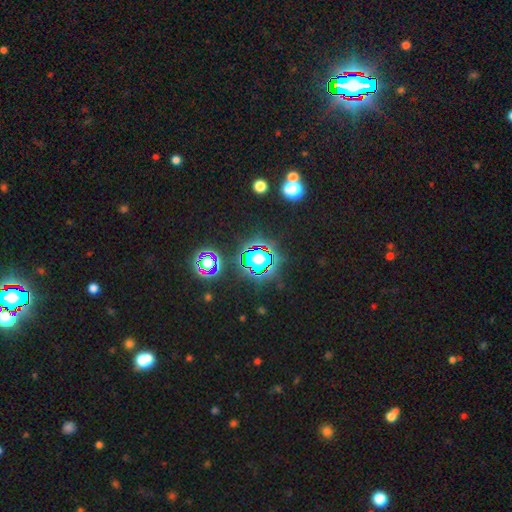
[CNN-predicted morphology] type=star or artifact (80%).